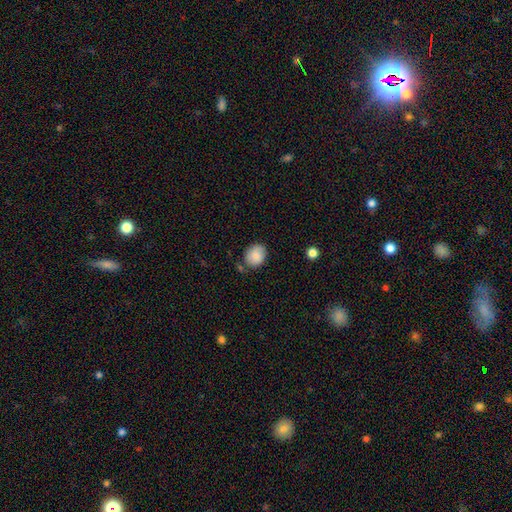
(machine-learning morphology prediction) Q: Smooth or featured?
A: smooth (84%); runner-up: featured or disk (9%)
Q: How rounded?
A: round (62%); runner-up: in between (37%)
Q: Merging?
A: none (73%); runner-up: minor disturbance (18%)